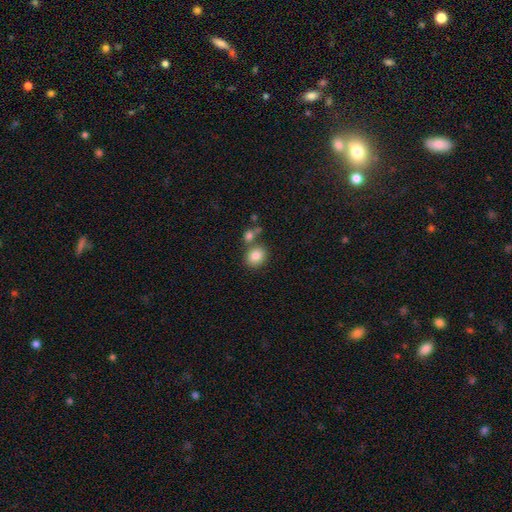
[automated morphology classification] This is clearly a smooth galaxy (83%). How rounded: likely round (69%). Merging: likely none (66%).